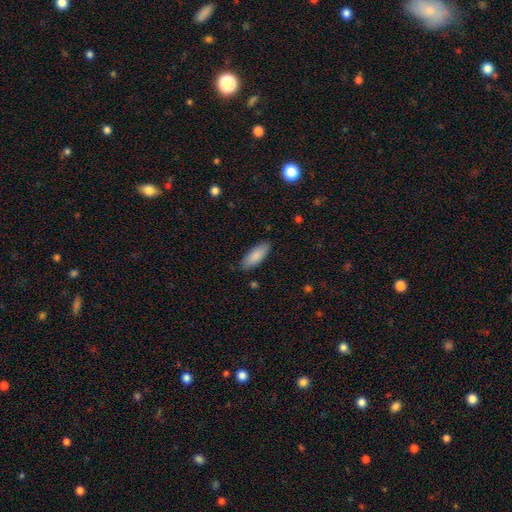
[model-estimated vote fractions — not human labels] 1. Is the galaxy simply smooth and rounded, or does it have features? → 86% smooth, 8% featured or disk, 6% star or artifact.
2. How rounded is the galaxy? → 71% in between, 27% cigar-shaped, 2% round.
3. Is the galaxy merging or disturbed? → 86% none, 11% minor disturbance, 2% major disturbance, 1% merger.